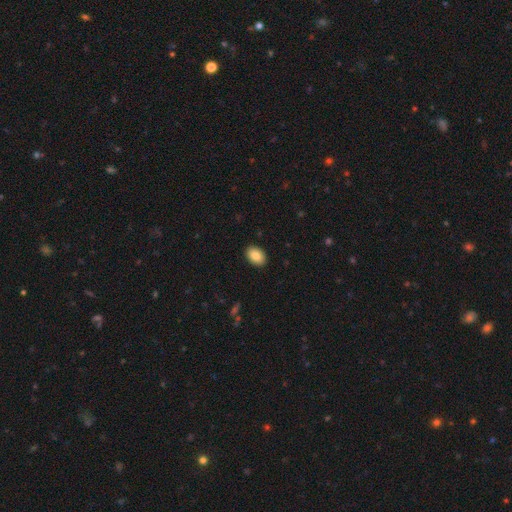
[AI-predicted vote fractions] This appears to be a smooth galaxy with no disk features (88%) that is in between round and cigar-shaped (85%). Merging: none (91%).